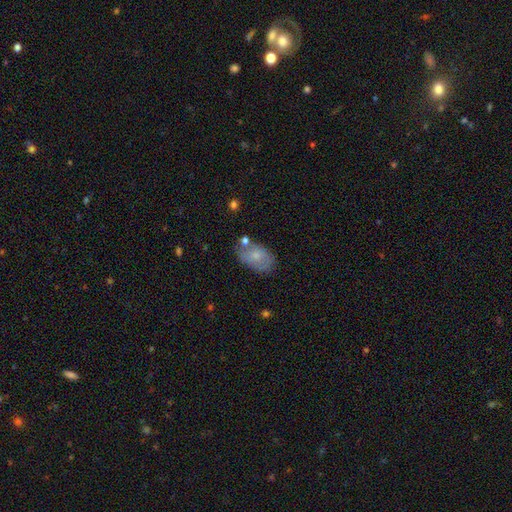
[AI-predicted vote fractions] Smooth or featured?
  - smooth: 68% *
  - featured or disk: 25%
  - star or artifact: 8%
How rounded?
  - in between: 90% *
  - round: 9%
  - cigar-shaped: 2%
Merging?
  - none: 62% *
  - minor disturbance: 22%
  - merger: 9%
  - major disturbance: 7%